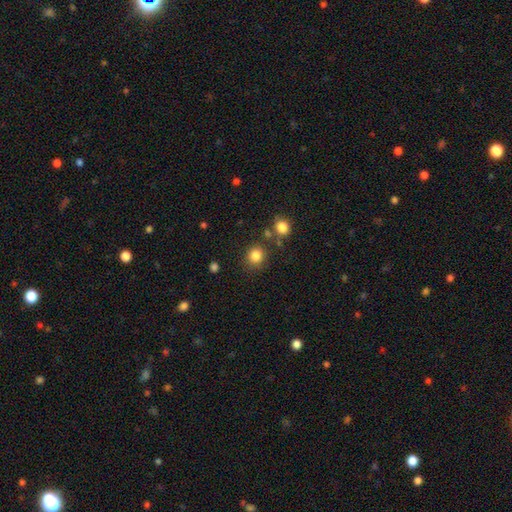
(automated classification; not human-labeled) Smooth or featured?
  - smooth: 84% *
  - star or artifact: 12%
  - featured or disk: 5%
How rounded?
  - round: 85% *
  - in between: 14%
  - cigar-shaped: 1%
Merging?
  - none: 80% *
  - minor disturbance: 10%
  - merger: 7%
  - major disturbance: 4%